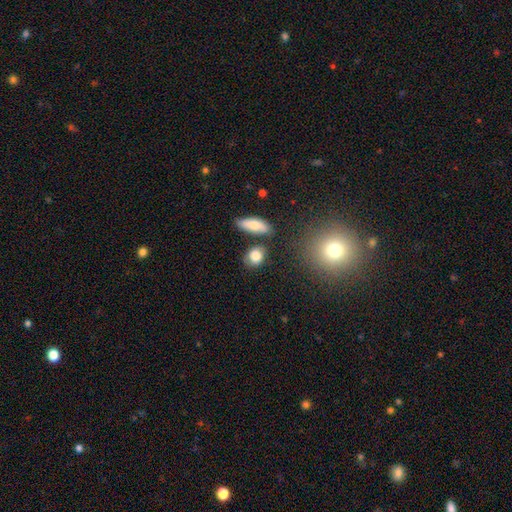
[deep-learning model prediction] A smooth galaxy with no disk features (82%) that is in between round and cigar-shaped (51%).

Vote fractions:
- Smooth or featured? smooth: 82% / featured or disk: 9% / star or artifact: 9%
- How rounded? in between: 51% / round: 46% / cigar-shaped: 3%
- Merging? none: 71% / minor disturbance: 14% / merger: 10% / major disturbance: 4%